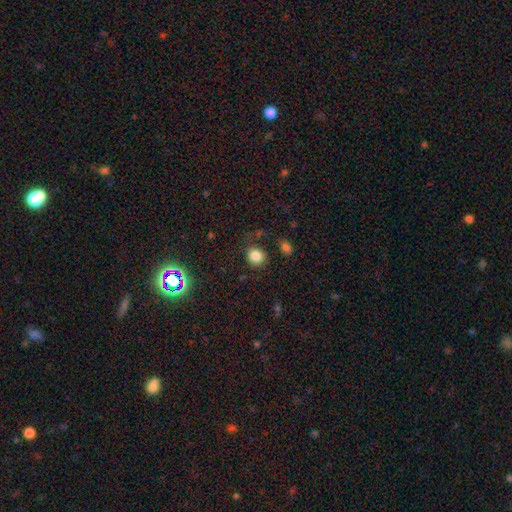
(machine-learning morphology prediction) Overall: smooth (83%). How rounded: round (81%). Merging: none (80%).